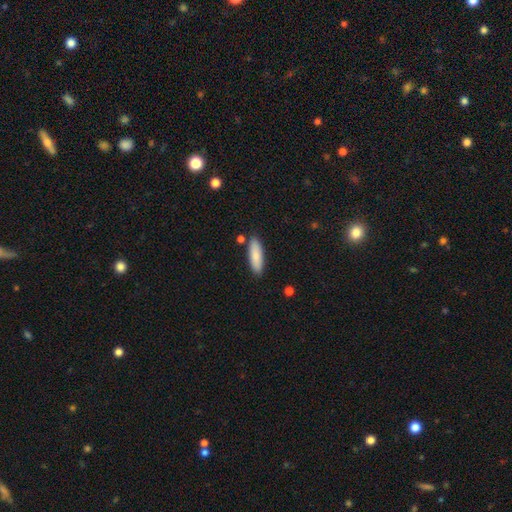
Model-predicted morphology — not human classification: smooth_or_featured: smooth (p=0.82) [alt: featured or disk p=0.12]
how_rounded: in between (p=0.50) [alt: cigar-shaped p=0.48]
merging: none (p=0.85) [alt: minor disturbance p=0.09]